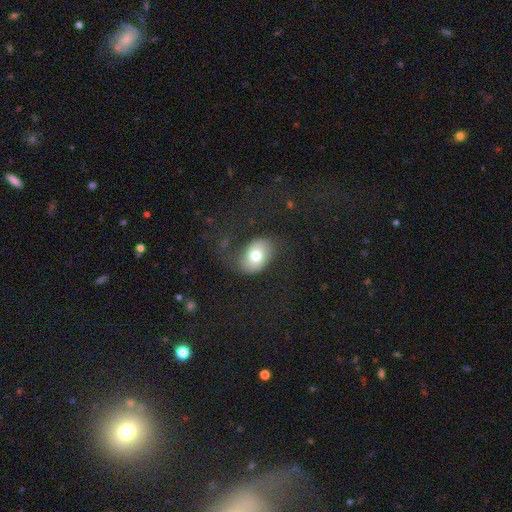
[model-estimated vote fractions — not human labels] This is likely a smooth galaxy (68%). How rounded: likely in between (78%). Merging: possibly none (59%).